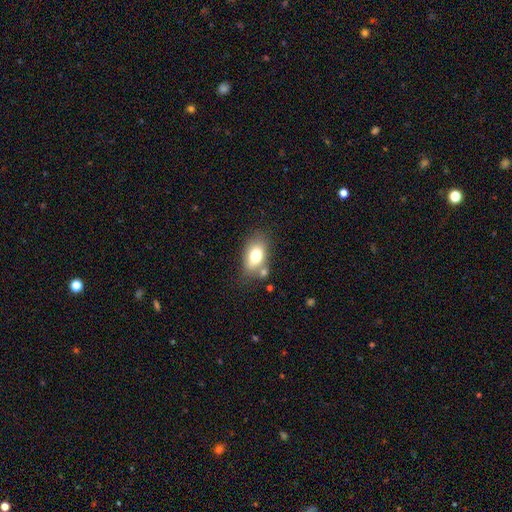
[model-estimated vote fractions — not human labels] A smooth galaxy with no disk features (72%) that is in between round and cigar-shaped (84%). Merging: none (63%).